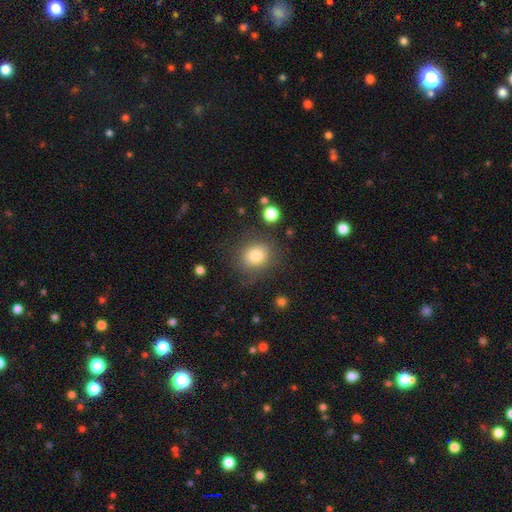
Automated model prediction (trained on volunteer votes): smooth_or_featured: smooth (p=0.81) [alt: star or artifact p=0.10]
how_rounded: round (p=0.74) [alt: in between p=0.25]
merging: none (p=0.77) [alt: minor disturbance p=0.14]